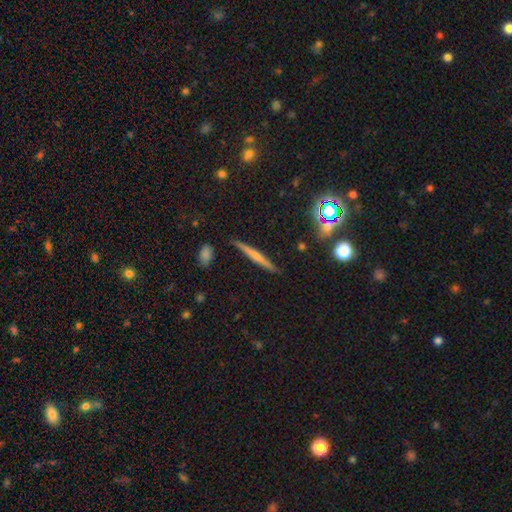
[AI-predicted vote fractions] smooth_or_featured: featured or disk (p=0.47) [alt: smooth p=0.42]
merging: none (p=0.87) [alt: minor disturbance p=0.09]